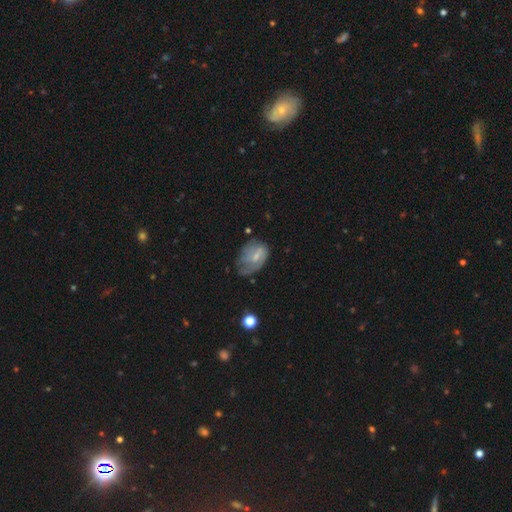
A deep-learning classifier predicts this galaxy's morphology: This appears to be a featured or disk galaxy (49%). Merging: minor disturbance (36%, tied with none).